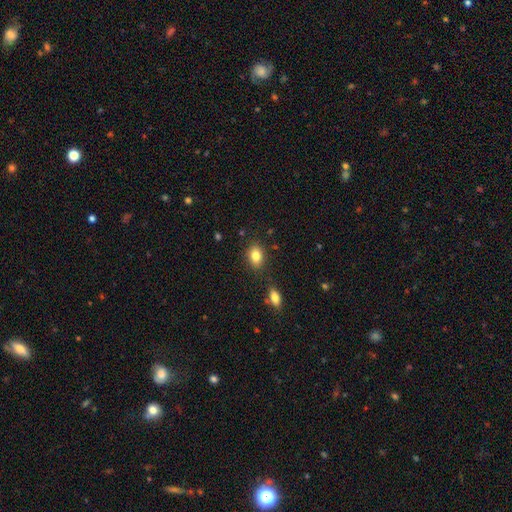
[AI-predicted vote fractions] smooth_or_featured: smooth (p=0.83) [alt: star or artifact p=0.09]
how_rounded: in between (p=0.72) [alt: round p=0.27]
merging: none (p=0.83) [alt: minor disturbance p=0.11]